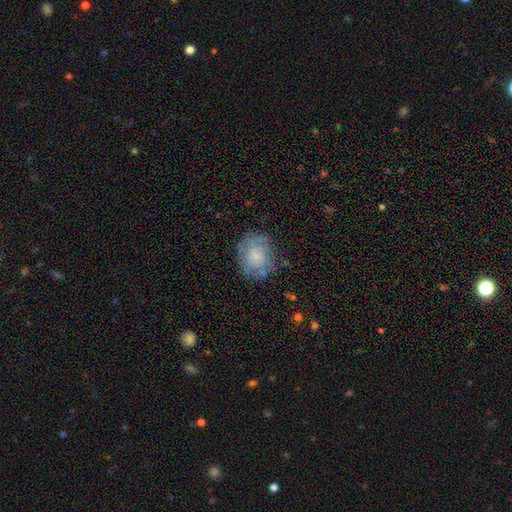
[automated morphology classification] Overall: smooth (58%; featured or disk 34%). How rounded: round (58%; in between 41%). Merging: none (65%).